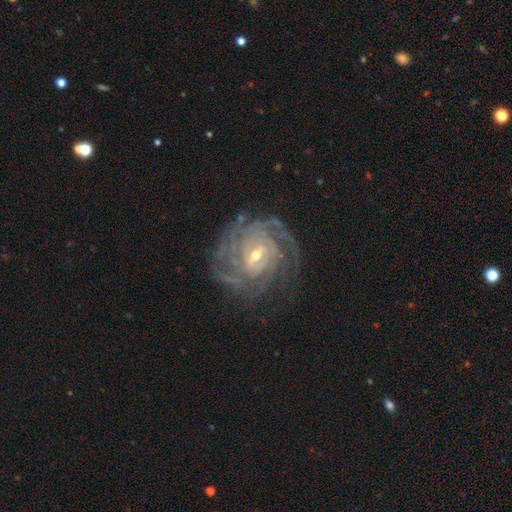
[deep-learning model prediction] A featured or disk galaxy (91%) with a weak bar (52%), tight (76%) spiral arms (98%) and a small central bulge (53%). Merging: none (74%).